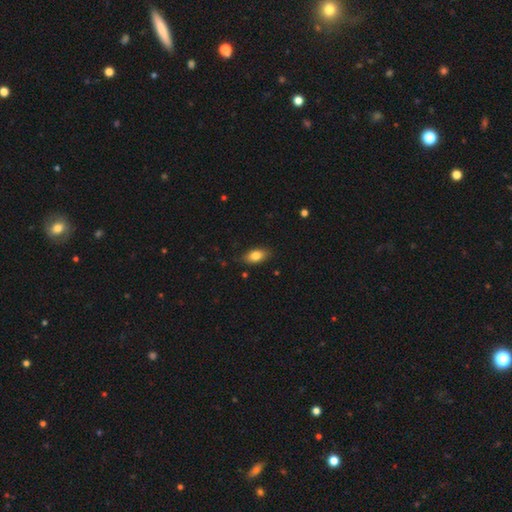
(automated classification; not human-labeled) The model was most divided on "merging": none: 84%, minor disturbance: 13%, major disturbance: 2%, merger: 1%. More confident: how rounded — in between (89%); smooth or featured — smooth (82%).